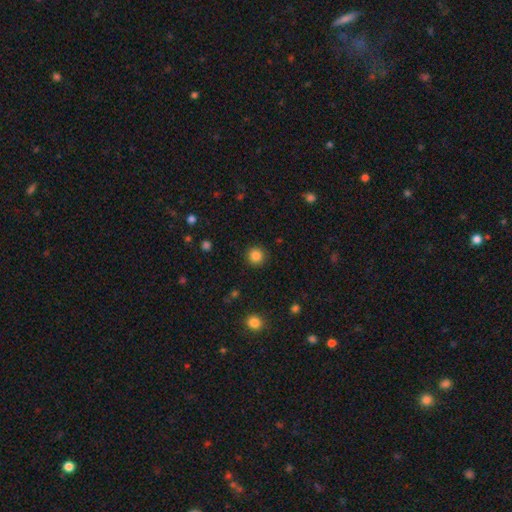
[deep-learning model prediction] A smooth galaxy with no disk features (85%) that is round (94%).

Vote fractions:
- Smooth or featured? smooth: 85% / star or artifact: 11% / featured or disk: 4%
- How rounded? round: 94% / in between: 5% / cigar-shaped: 1%
- Merging? none: 91% / minor disturbance: 5% / major disturbance: 2% / merger: 1%